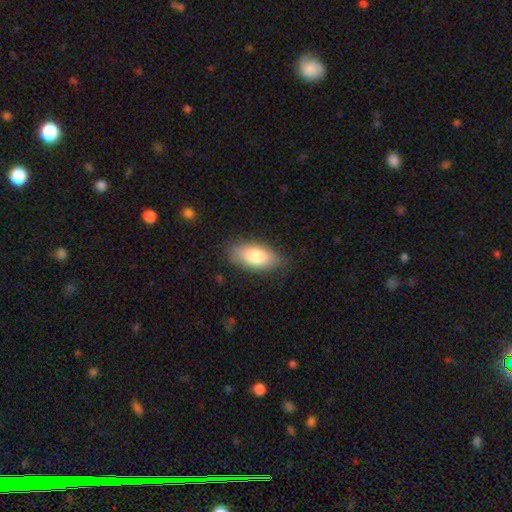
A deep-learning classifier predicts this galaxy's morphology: Overall: smooth (81%). How rounded: in between (89%). Merging: none (83%).